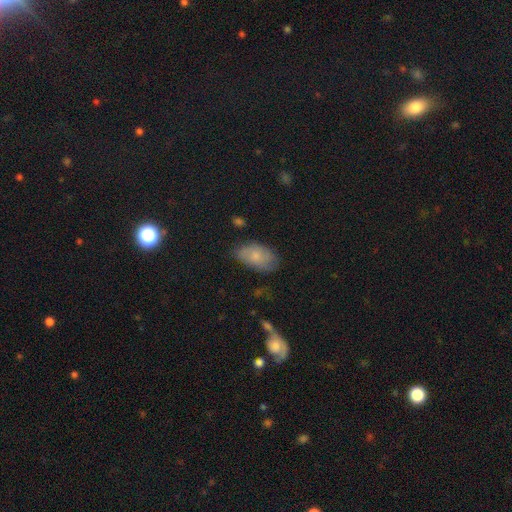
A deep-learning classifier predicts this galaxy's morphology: smooth_or_featured: smooth (p=0.71) [alt: featured or disk p=0.21]
how_rounded: in between (p=0.93) [alt: round p=0.05]
merging: none (p=0.66) [alt: minor disturbance p=0.25]